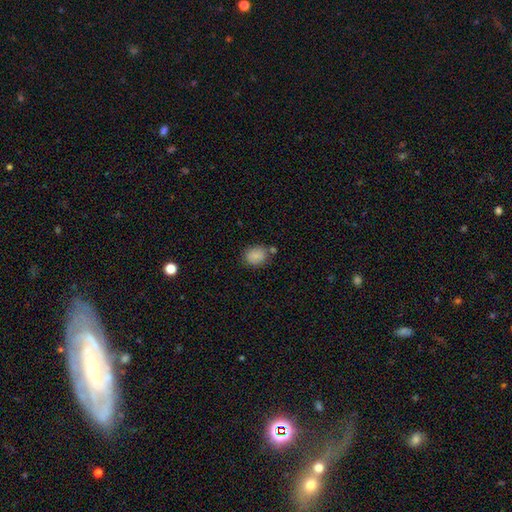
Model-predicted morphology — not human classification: smooth-or-featured: smooth: 84% | star or artifact: 9% | featured or disk: 7%
  how-rounded: in between: 51% | round: 48% | cigar-shaped: 1%
  merging: none: 67% | minor disturbance: 15% | merger: 13% | major disturbance: 4%